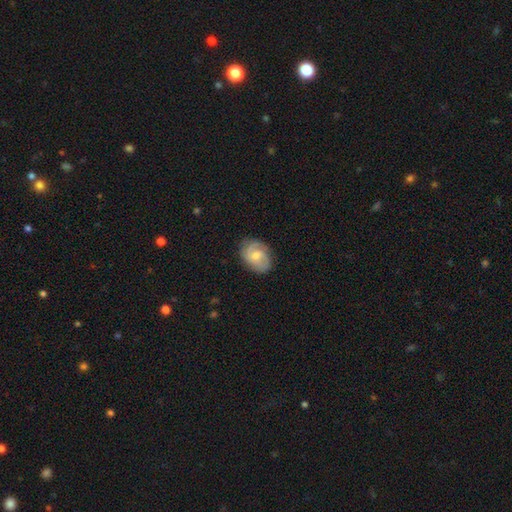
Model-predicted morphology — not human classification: Smooth or featured?
  - featured or disk: 67% *
  - smooth: 27%
  - star or artifact: 6%
Edge-on disk?
  - no: 97% *
  - yes: 3%
Bar?
  - no: 60% *
  - weak: 35%
  - strong: 4%
Spiral arms?
  - yes: 93% *
  - no: 7%
Spiral winding?
  - tight: 43% *
  - medium: 42%
  - loose: 14%
Spiral arm count?
  - 2: 50% *
  - 3: 20%
  - can't tell: 18%
  - 1: 6%
  - 4: 3%
  - more than 4: 3%
Bulge size?
  - moderate: 51% *
  - small: 43%
  - none: 3%
  - large: 3%
  - dominant: 1%
Merging?
  - none: 77% *
  - minor disturbance: 17%
  - major disturbance: 5%
  - merger: 1%